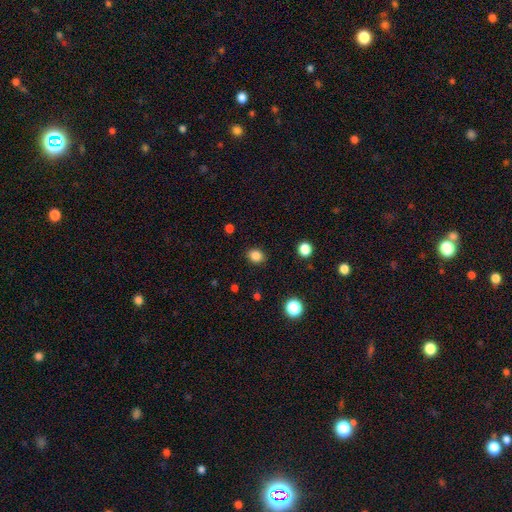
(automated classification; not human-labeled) Q: Smooth or featured?
A: smooth (84%); runner-up: star or artifact (12%)
Q: How rounded?
A: round (58%); runner-up: in between (42%)
Q: Merging?
A: none (89%); runner-up: minor disturbance (8%)